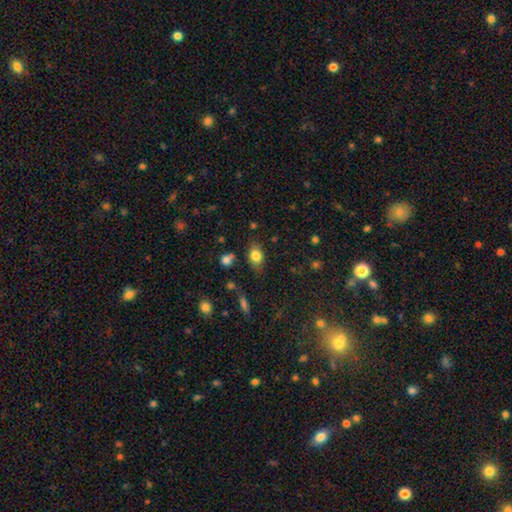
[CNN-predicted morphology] The model was most divided on "how rounded": in between: 77%, round: 21%, cigar-shaped: 2%. More confident: smooth or featured — smooth (81%); merging — none (76%).